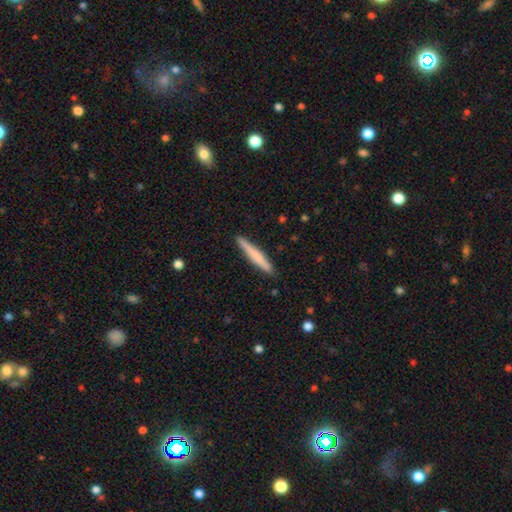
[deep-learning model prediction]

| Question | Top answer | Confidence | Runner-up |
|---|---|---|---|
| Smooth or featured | smooth | 67% | featured or disk (28%) |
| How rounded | cigar-shaped | 95% | in between (4%) |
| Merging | none | 90% | minor disturbance (8%) |